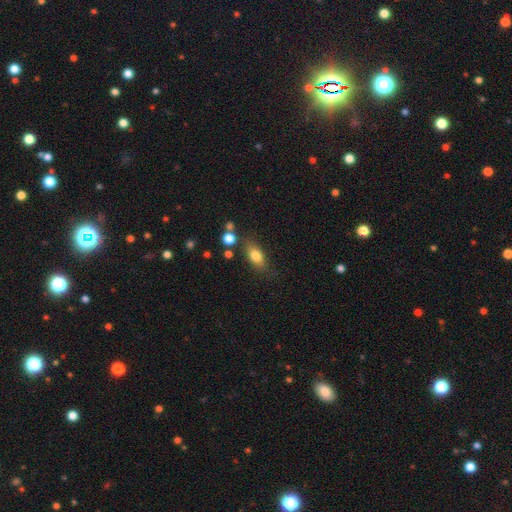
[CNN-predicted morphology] Smooth or featured: smooth — 79% (featured or disk — 12%)
How rounded: in between — 82% (round — 9%)
Merging: none — 73% (minor disturbance — 16%)